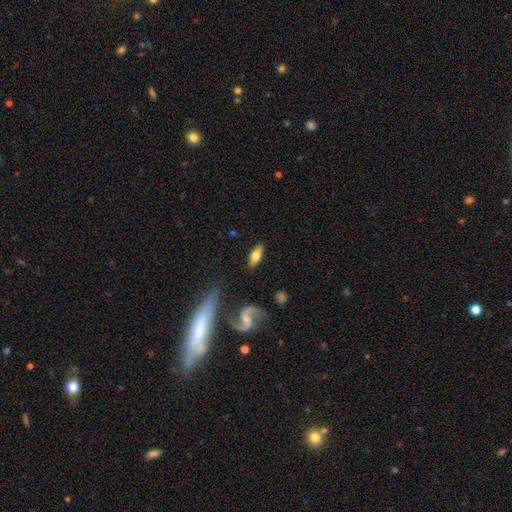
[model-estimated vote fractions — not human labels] smooth 61%, featured or disk 33%, star or artifact 6%. Down the decision tree: how rounded — in between (80%); merging — none (85%).